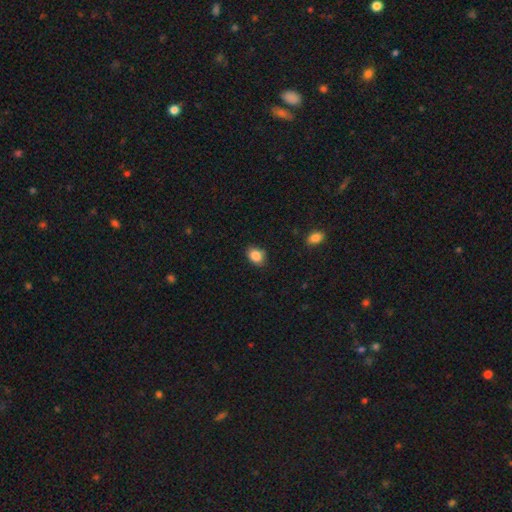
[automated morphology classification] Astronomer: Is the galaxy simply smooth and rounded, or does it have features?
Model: smooth — 85%.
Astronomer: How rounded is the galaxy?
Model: in between — 67%.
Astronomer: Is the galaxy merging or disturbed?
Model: none — 81%.